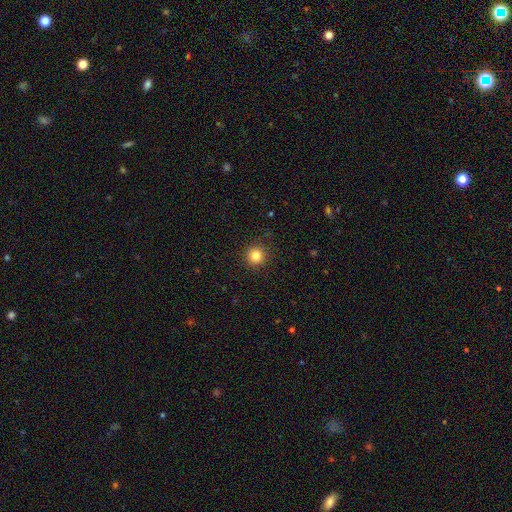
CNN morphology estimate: type=smooth (84%); roundness=round (94%); merging=none (91%).